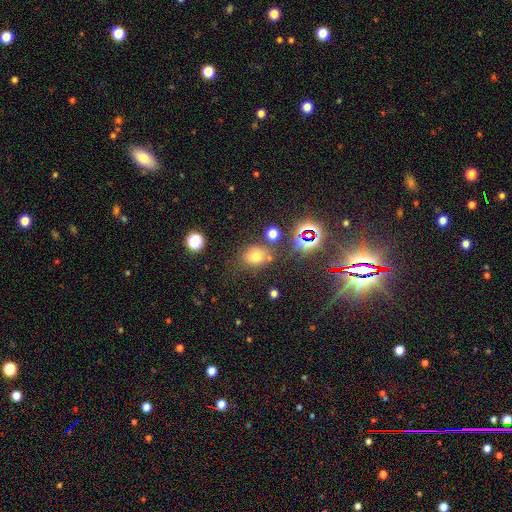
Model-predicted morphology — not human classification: Q: Smooth or featured?
A: smooth (65%); runner-up: star or artifact (24%)
Q: How rounded?
A: round (61%); runner-up: in between (38%)
Q: Merging?
A: none (69%); runner-up: minor disturbance (14%)